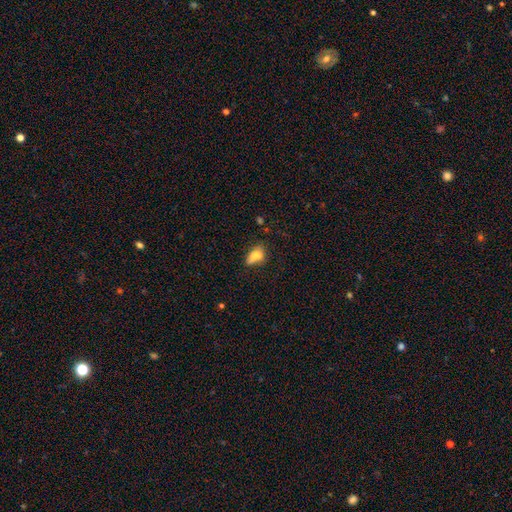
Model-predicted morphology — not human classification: A smooth galaxy with no disk features (75%) that is in between round and cigar-shaped (80%).

Vote fractions:
- Smooth or featured? smooth: 75% / featured or disk: 14% / star or artifact: 11%
- How rounded? in between: 80% / round: 12% / cigar-shaped: 9%
- Merging? none: 36% / minor disturbance: 30% / major disturbance: 18% / merger: 16%